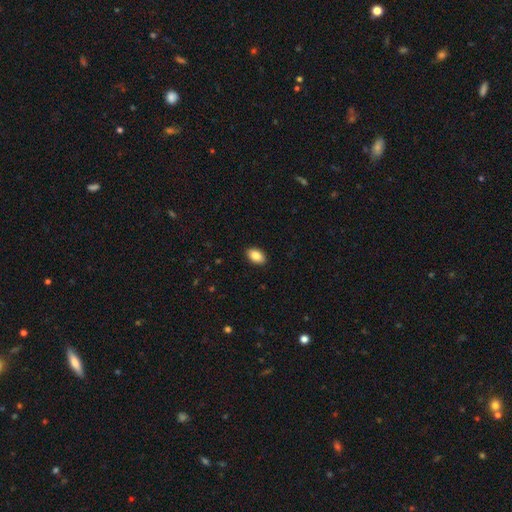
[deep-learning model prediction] Morphology: type=smooth (85%); roundness=in between (92%); merging=none (90%).